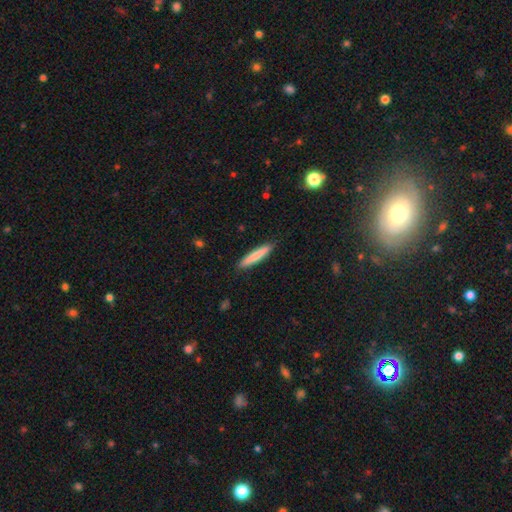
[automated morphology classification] Smooth or featured? Predicted: smooth (p=0.79). How rounded? Predicted: cigar-shaped (p=0.91). Merging? Predicted: none (p=0.89).